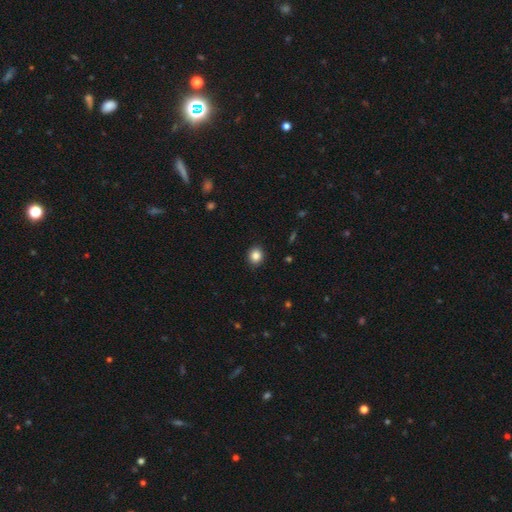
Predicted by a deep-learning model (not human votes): Morphology: type=smooth (86%); roundness=round (75%); merging=none (91%).